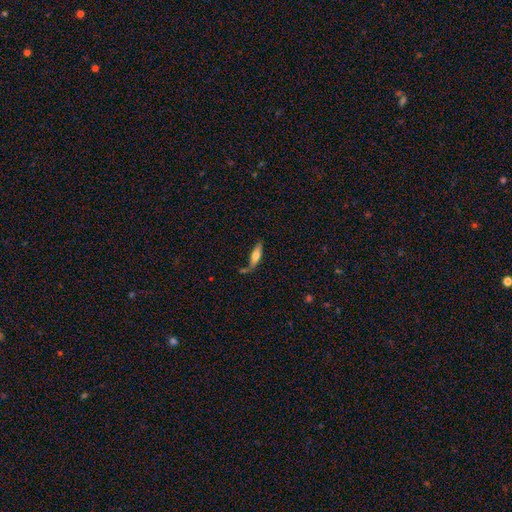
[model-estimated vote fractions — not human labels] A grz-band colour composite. It shows a smooth galaxy with no disk features (62%) that is cigar-shaped (55%). Merging: none (53%).